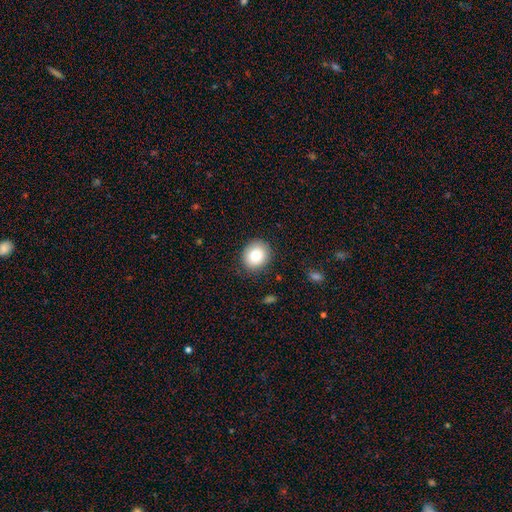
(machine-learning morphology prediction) This is clearly a smooth galaxy (83%). How rounded: likely round (74%). Merging: clearly none (87%).